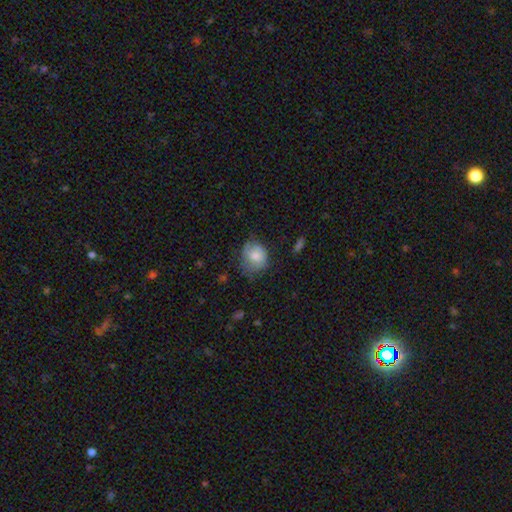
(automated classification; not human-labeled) Overall: smooth (71%). How rounded: round (68%; in between 31%). Merging: none (50%; minor disturbance 33%).